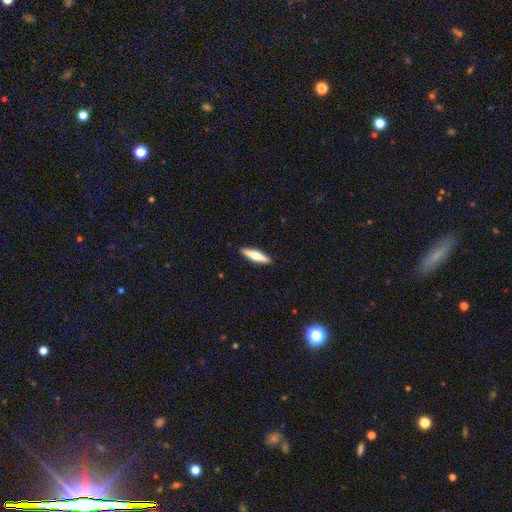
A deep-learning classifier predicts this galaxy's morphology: Smooth or featured? Predicted: smooth (p=0.62). How rounded? Predicted: cigar-shaped (p=0.77). Merging? Predicted: none (p=0.91).